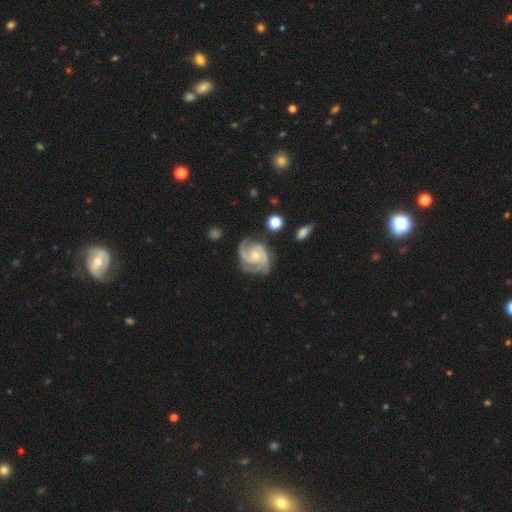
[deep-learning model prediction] Smooth or featured? featured or disk (93%)
Edge-on disk? no (98%)
Bar? no (64%)
Spiral arms? yes (99%)
Spiral winding? tight (51%)
Spiral arm count? 3 (43%)
Bulge size? small (59%)
Merging? none (74%)